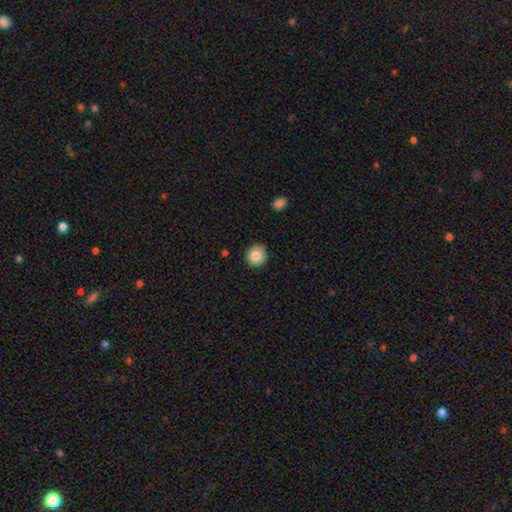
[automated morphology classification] Smooth or featured: smooth — 83% (star or artifact — 8%)
How rounded: round — 91% (in between — 8%)
Merging: none — 87% (minor disturbance — 10%)